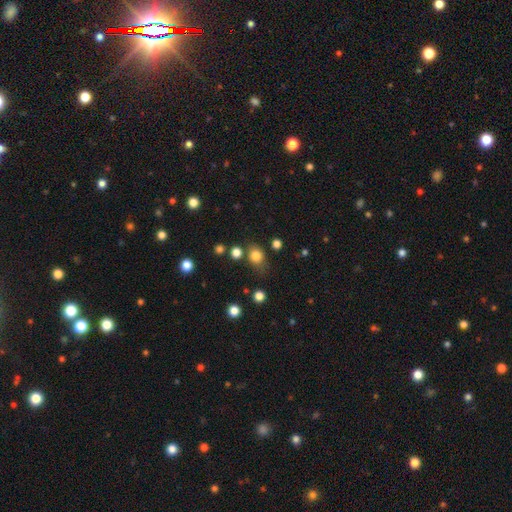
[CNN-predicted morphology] This appears to be a smooth galaxy with no disk features (80%) that is round (60%). Merging: none (70%).